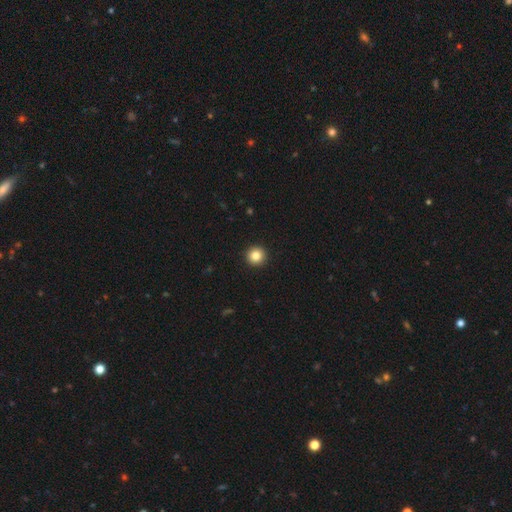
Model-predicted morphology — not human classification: The model was most divided on "smooth or featured": smooth: 84%, star or artifact: 11%, featured or disk: 5%. More confident: how rounded — round (96%); merging — none (94%).